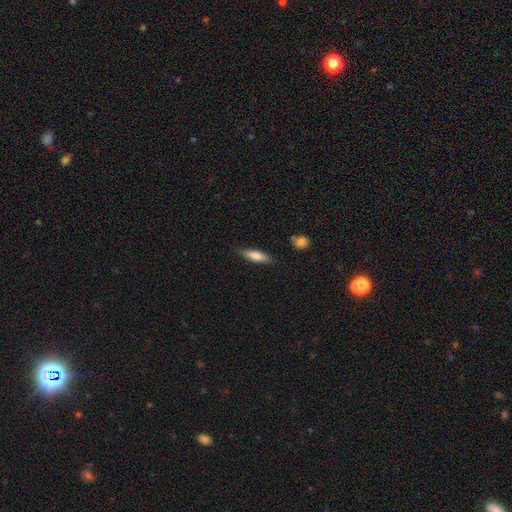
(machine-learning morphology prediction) Smooth or featured?
  - smooth: 74% *
  - featured or disk: 20%
  - star or artifact: 6%
How rounded?
  - cigar-shaped: 58% *
  - in between: 40%
  - round: 2%
Merging?
  - none: 84% *
  - minor disturbance: 12%
  - major disturbance: 2%
  - merger: 2%